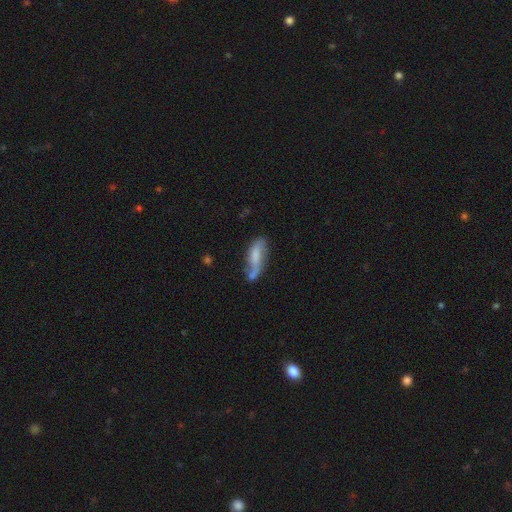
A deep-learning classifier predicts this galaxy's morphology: A smooth galaxy with no disk features (52%) that is in between round and cigar-shaped (59%). Merging: none (40%).